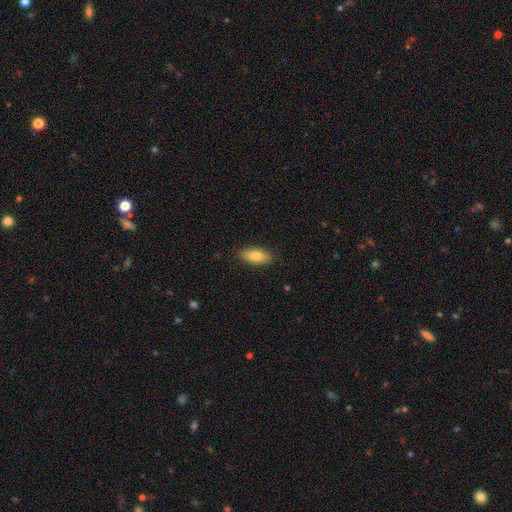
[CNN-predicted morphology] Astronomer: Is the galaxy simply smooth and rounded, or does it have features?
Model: smooth — 79%.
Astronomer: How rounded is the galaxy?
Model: in between — 83%.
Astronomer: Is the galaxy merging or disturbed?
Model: none — 87%.